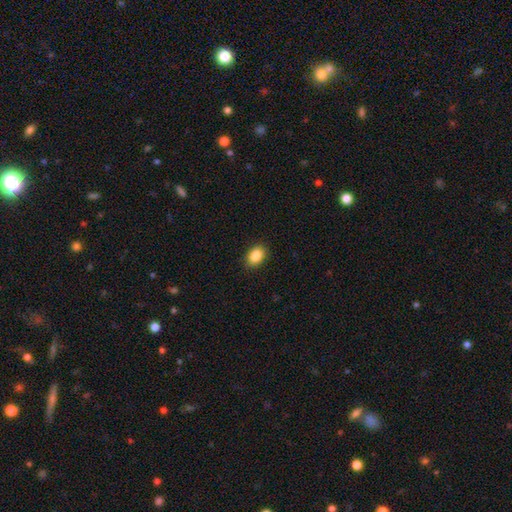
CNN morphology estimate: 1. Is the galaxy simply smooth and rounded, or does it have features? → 86% smooth, 8% star or artifact, 5% featured or disk.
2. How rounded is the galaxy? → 77% in between, 22% round, 1% cigar-shaped.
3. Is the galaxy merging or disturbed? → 88% none, 9% minor disturbance, 2% major disturbance, 1% merger.